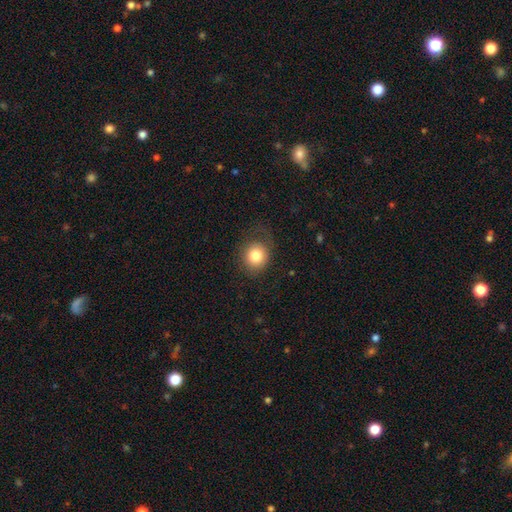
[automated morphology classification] smooth_or_featured: smooth (p=0.79) [alt: featured or disk p=0.11]
how_rounded: round (p=0.80) [alt: in between p=0.19]
merging: none (p=0.70) [alt: minor disturbance p=0.17]